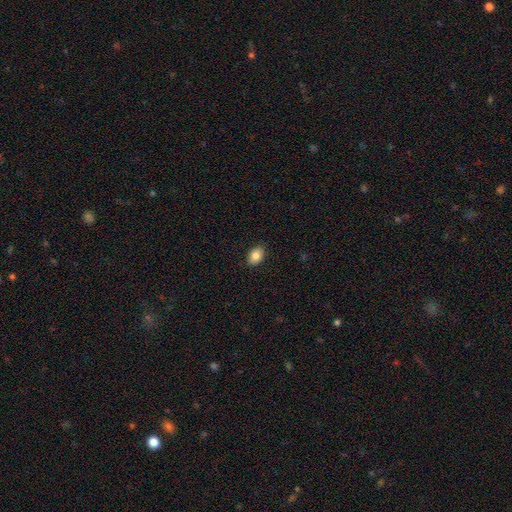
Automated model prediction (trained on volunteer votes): Overall: smooth (85%). How rounded: in between (78%). Merging: none (89%).